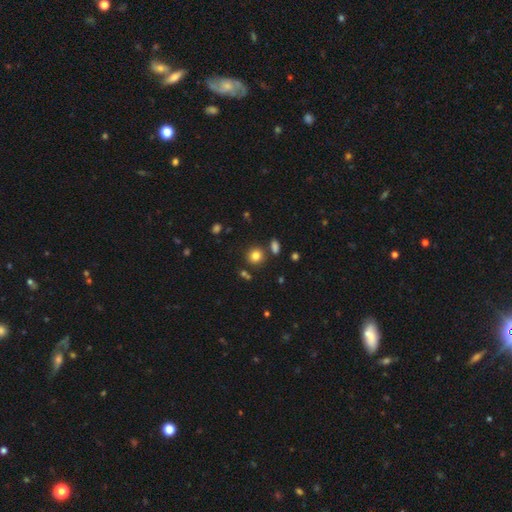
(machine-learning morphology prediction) smooth 81%, star or artifact 13%, featured or disk 6%. Down the decision tree: how rounded — round (86%); merging — none (81%).